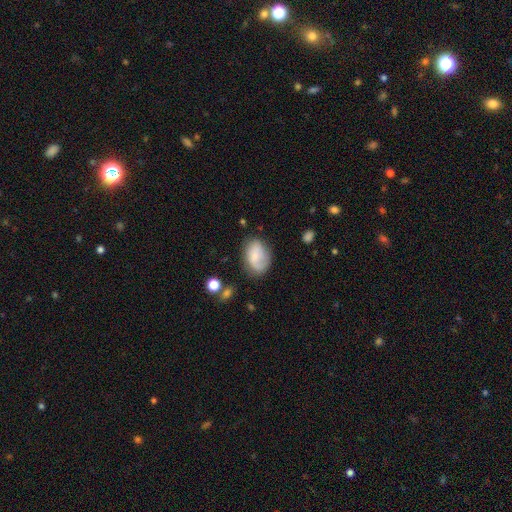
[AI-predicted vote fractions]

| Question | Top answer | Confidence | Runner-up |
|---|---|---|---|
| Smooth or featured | smooth | 64% | featured or disk (28%) |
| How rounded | in between | 80% | round (19%) |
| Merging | none | 61% | minor disturbance (25%) |